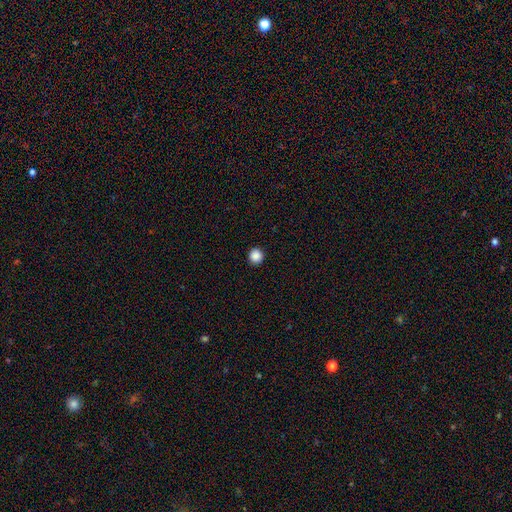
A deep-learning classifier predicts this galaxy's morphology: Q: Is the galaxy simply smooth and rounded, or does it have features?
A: smooth — 88%.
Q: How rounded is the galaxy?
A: round — 94%.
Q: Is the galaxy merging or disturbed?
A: none — 93%.